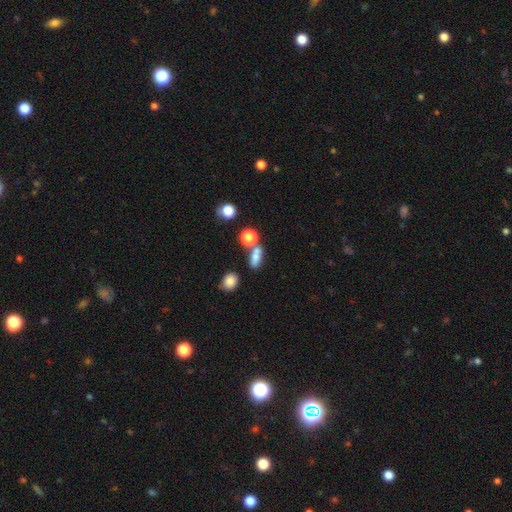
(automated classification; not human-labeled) smooth_or_featured: smooth (p=0.70) [alt: star or artifact p=0.16]
how_rounded: in between (p=0.58) [alt: round p=0.27]
merging: none (p=0.45) [alt: merger p=0.37]